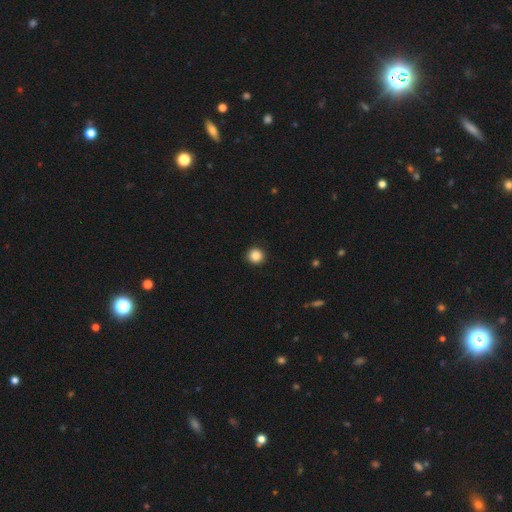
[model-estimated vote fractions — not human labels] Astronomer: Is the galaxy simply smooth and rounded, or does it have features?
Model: smooth — 86%.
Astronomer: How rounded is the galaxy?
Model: round — 94%.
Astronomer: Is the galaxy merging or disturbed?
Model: none — 93%.